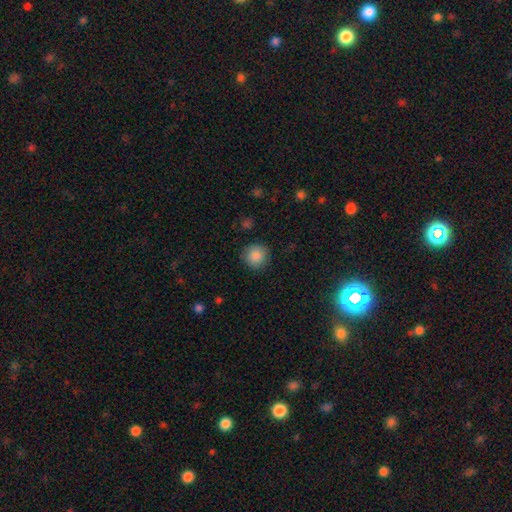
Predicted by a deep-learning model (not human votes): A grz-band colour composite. It shows a smooth galaxy with no disk features (88%) that is round (93%). Merging: none (87%).